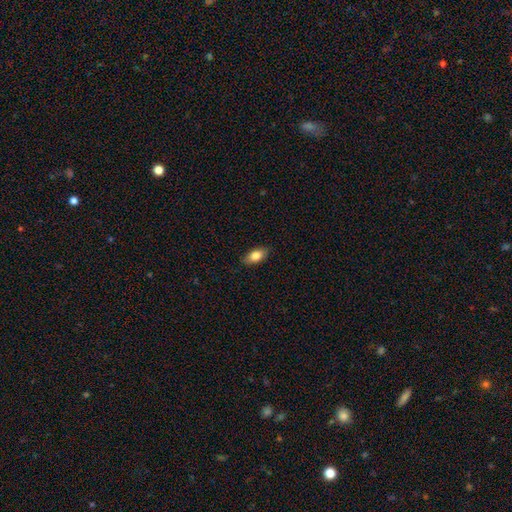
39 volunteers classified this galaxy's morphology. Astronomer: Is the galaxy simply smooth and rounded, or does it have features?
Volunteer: smooth — 90%.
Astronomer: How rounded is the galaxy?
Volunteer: in between — 89%.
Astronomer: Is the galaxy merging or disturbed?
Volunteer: none — 89%.